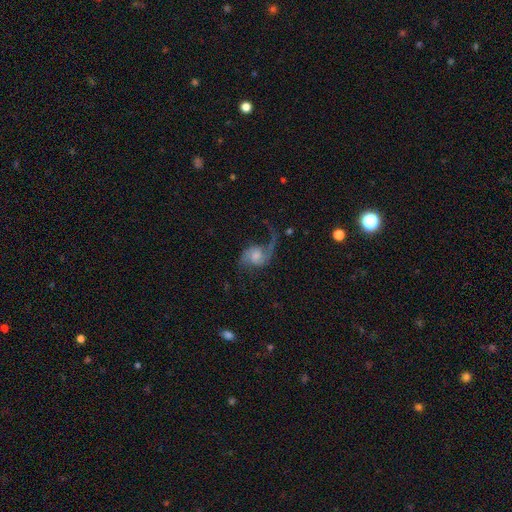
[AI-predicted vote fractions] This appears to be a featured or disk galaxy (81%) with no bar (63%), 2 (87%) loose (82%) spiral arms (96%) and a moderate central bulge (36%). Merging: none (58%).